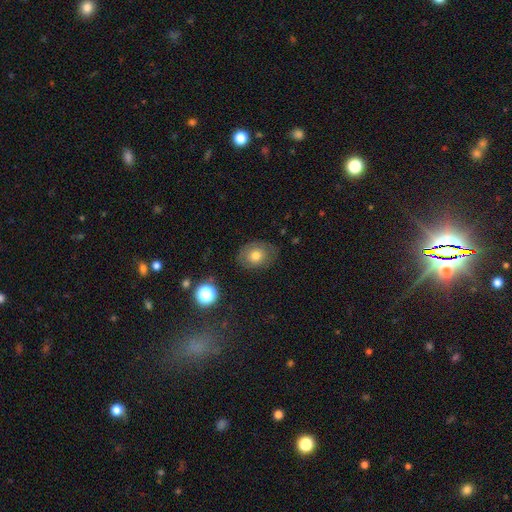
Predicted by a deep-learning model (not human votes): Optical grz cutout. It shows a smooth galaxy with no disk features (67%) that is in between round and cigar-shaped (54%). Merging: none (76%).